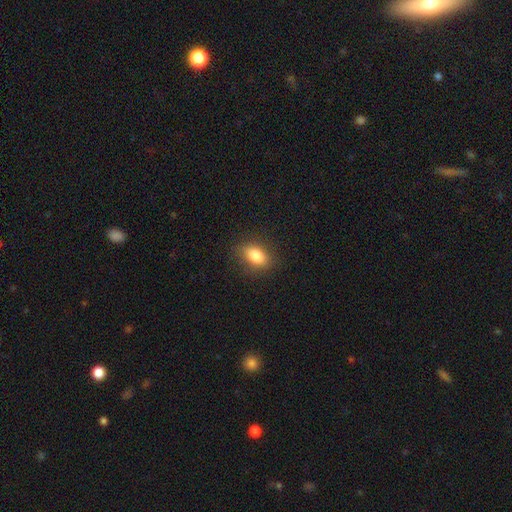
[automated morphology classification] A smooth galaxy with no disk features (85%) that is in between round and cigar-shaped (85%).

Vote fractions:
- Smooth or featured? smooth: 85% / star or artifact: 9% / featured or disk: 7%
- How rounded? in between: 85% / round: 12% / cigar-shaped: 3%
- Merging? none: 85% / minor disturbance: 11% / major disturbance: 3% / merger: 1%